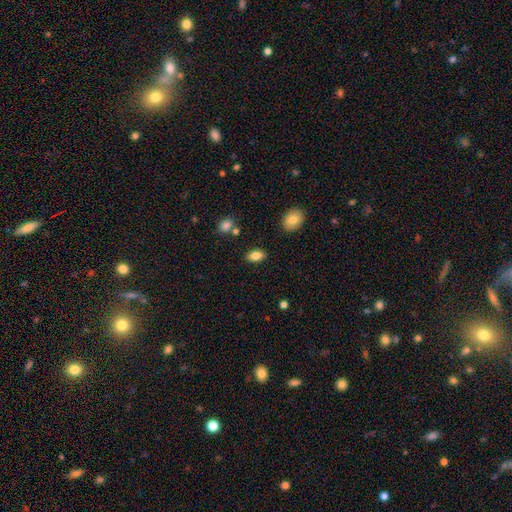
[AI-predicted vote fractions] This appears to be a smooth galaxy with no disk features (84%) that is in between round and cigar-shaped (90%). Merging: none (86%).